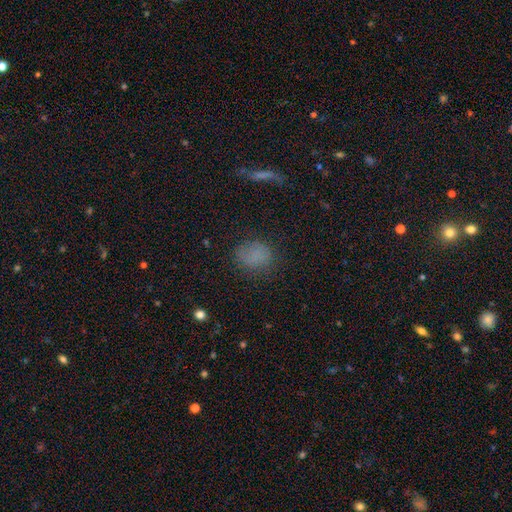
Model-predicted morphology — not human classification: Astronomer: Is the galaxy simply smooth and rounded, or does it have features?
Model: smooth — 76%.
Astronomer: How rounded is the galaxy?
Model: round — 58% (runner-up: in between, 40%).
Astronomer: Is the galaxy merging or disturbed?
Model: none — 75%.